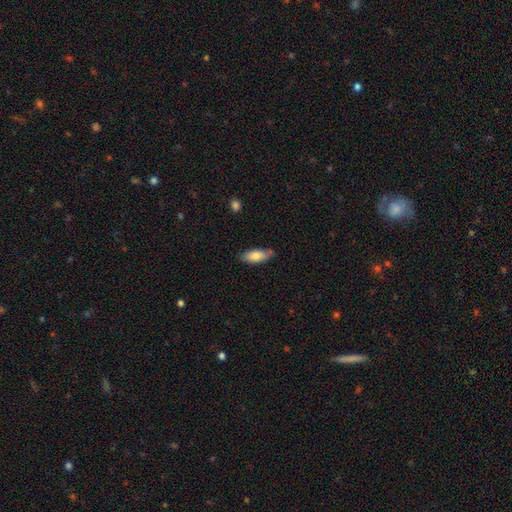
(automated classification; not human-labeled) The model was most divided on "merging": none: 74%, minor disturbance: 20%, merger: 3%, major disturbance: 3%. More confident: smooth or featured — smooth (79%); how rounded — in between (78%).